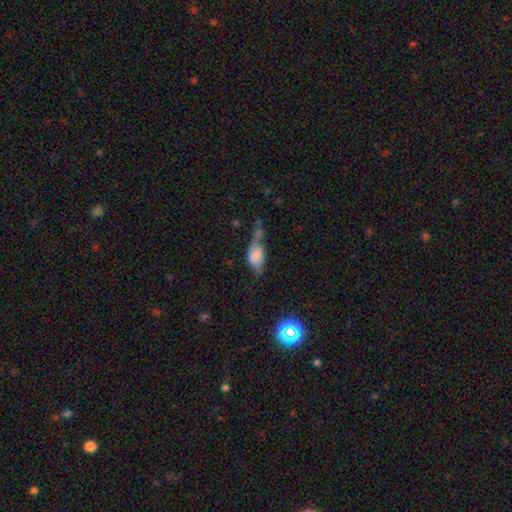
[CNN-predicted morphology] The model was most divided on "merging": major disturbance: 33%, minor disturbance: 25%, merger: 22%, none: 20%. More confident: how rounded — in between (84%); smooth or featured — smooth (65%).